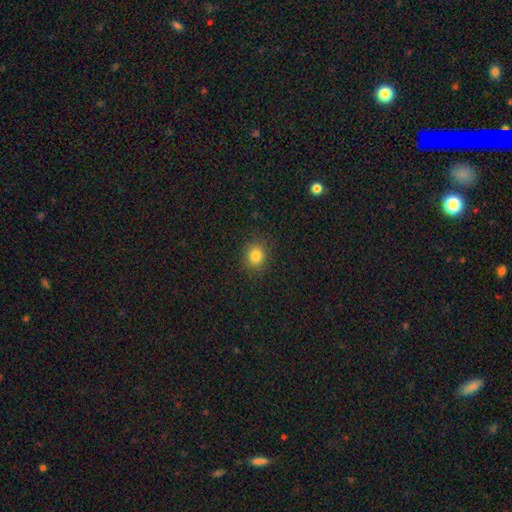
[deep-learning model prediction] Morphology: type=smooth (83%); roundness=round (78%); merging=none (88%).